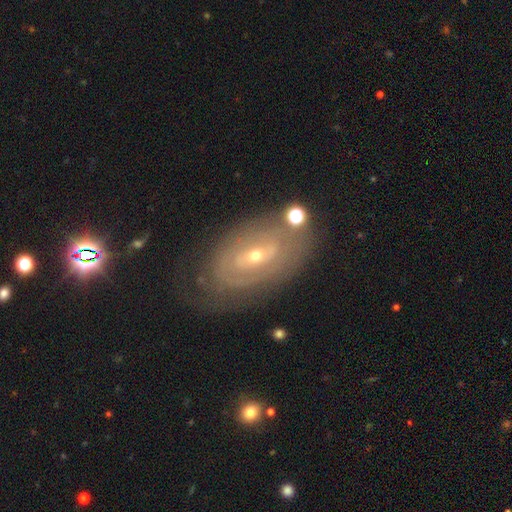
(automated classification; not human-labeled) This is likely a featured or disk galaxy (75%). It is clearly not viewed edge-on (93%). Bar: possibly no (52%). Spiral arm pattern: possibly yes (59%). Central bulge: possibly small (52%). Merging: likely none (66%).